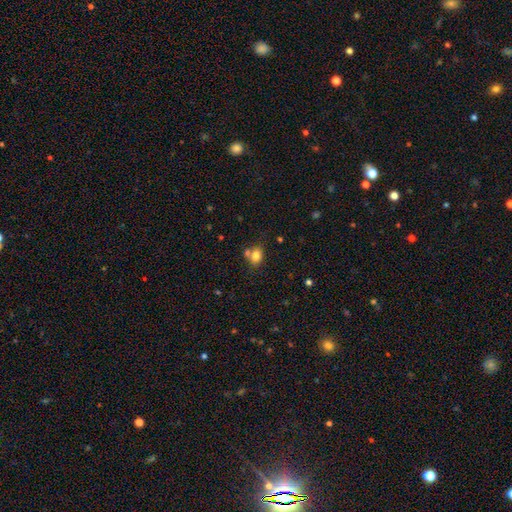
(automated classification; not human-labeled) Smooth or featured? smooth (81%)
How rounded? in between (63%)
Merging? none (54%)